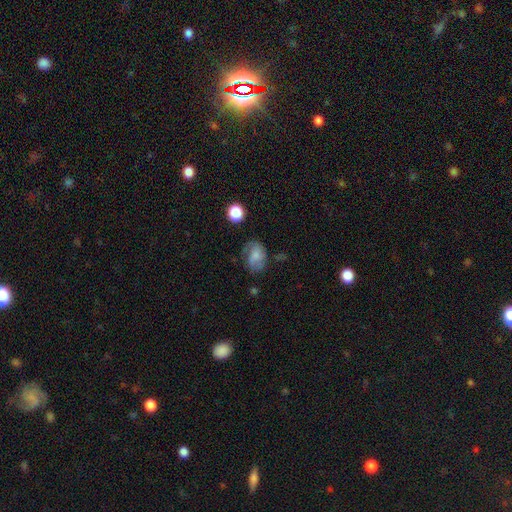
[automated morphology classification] Overall: smooth (52%; featured or disk 37%). How rounded: in between (70%). Merging: none (52%; minor disturbance 28%).